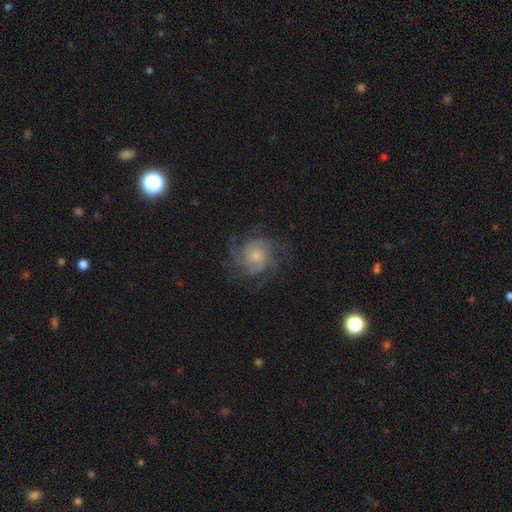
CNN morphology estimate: featured or disk 80%, smooth 12%, star or artifact 7%. Down the decision tree: edge-on disk — no (98%); bar — no (74%); spiral arms — yes (96%); spiral arm count — 3 (30%); spiral winding — tight (47%); bulge size — small (49%); merging — none (71%).